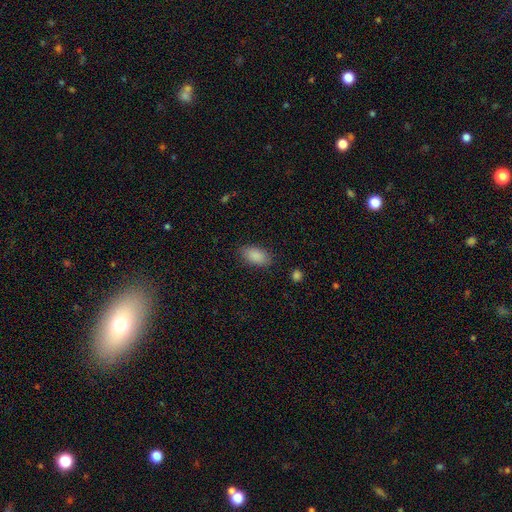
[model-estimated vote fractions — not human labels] A smooth galaxy with no disk features (89%) that is in between round and cigar-shaped (92%).

Vote fractions:
- Smooth or featured? smooth: 89% / star or artifact: 8% / featured or disk: 4%
- How rounded? in between: 92% / round: 5% / cigar-shaped: 3%
- Merging? none: 85% / minor disturbance: 11% / major disturbance: 3% / merger: 1%